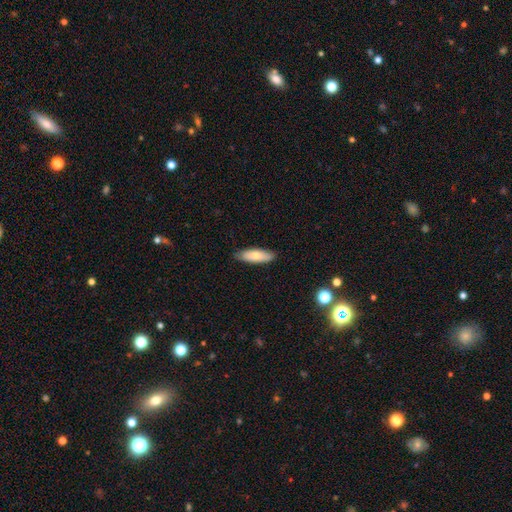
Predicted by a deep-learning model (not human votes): Smooth or featured? Predicted: smooth (p=0.71). How rounded? Predicted: in between (p=0.59). Merging? Predicted: none (p=0.84).